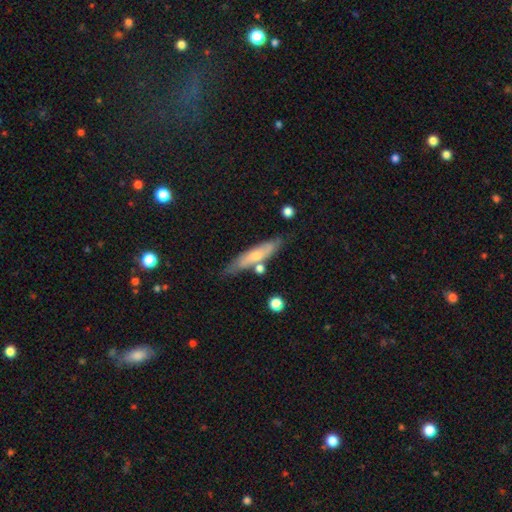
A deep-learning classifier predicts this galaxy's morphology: type=smooth (53%); roundness=cigar-shaped (79%); merging=none (72%).